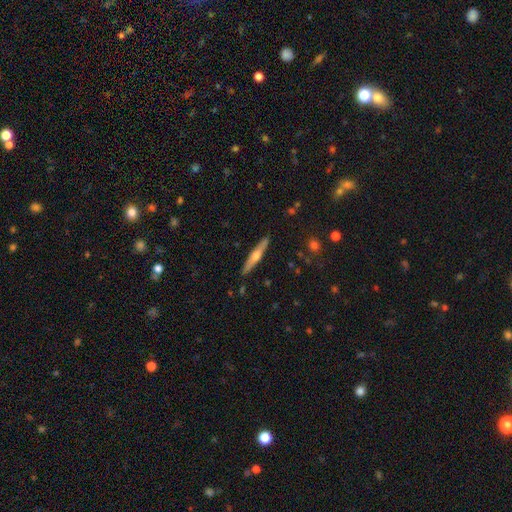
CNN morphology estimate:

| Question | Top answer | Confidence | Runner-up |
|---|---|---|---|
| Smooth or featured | featured or disk | 59% | smooth (35%) |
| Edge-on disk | yes | 96% | no (4%) |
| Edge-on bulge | rounded | 87% | none (9%) |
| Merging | none | 90% | minor disturbance (7%) |